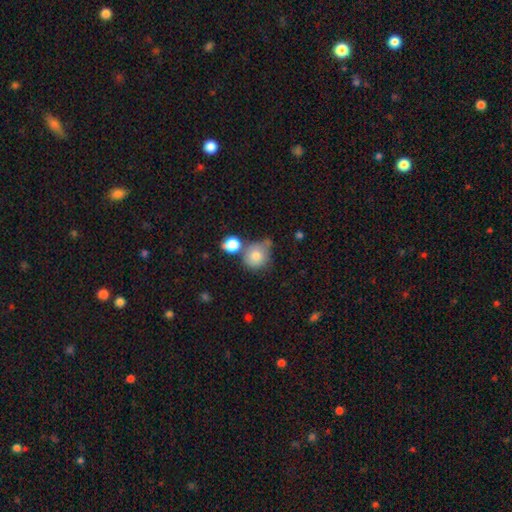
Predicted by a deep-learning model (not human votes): The model was most divided on "merging": none: 49%, merger: 26%, minor disturbance: 18%, major disturbance: 7%. More confident: how rounded — round (83%); smooth or featured — smooth (78%).